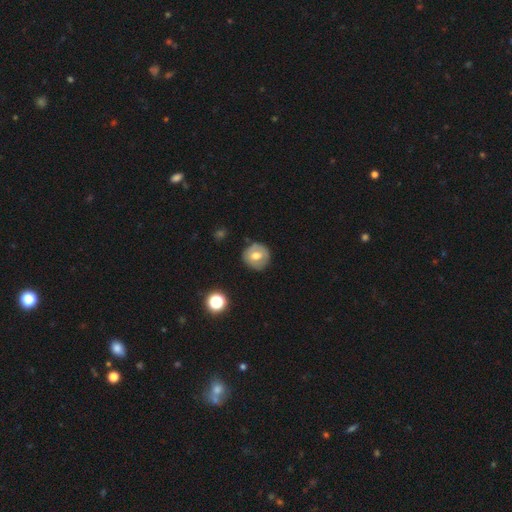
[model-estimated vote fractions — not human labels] This is likely a smooth galaxy (60%). How rounded: clearly round (91%). Merging: clearly none (84%).